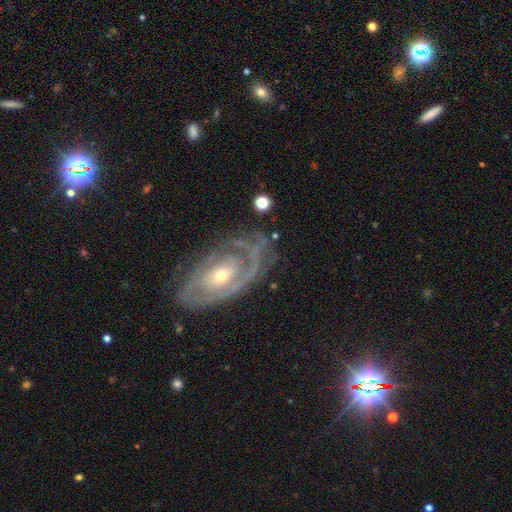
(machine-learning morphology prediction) smooth-or-featured: featured or disk: 86% | smooth: 8% | star or artifact: 7%
  disk-edge-on: no: 95% | yes: 5%
    bar: no: 67% | weak: 25% | strong: 9%
    has-spiral-arms: yes: 91% | no: 9%
      spiral-winding: tight: 70% | medium: 23% | loose: 6%
      spiral-arm-count: 2: 39% | can't tell: 31% | 1: 12% | 3: 11% | 4: 4% | more than 4: 4%
    bulge-size: small: 51% | moderate: 45% | large: 2% | none: 1% | dominant: 1%
  merging: none: 71% | minor disturbance: 18% | major disturbance: 9% | merger: 2%